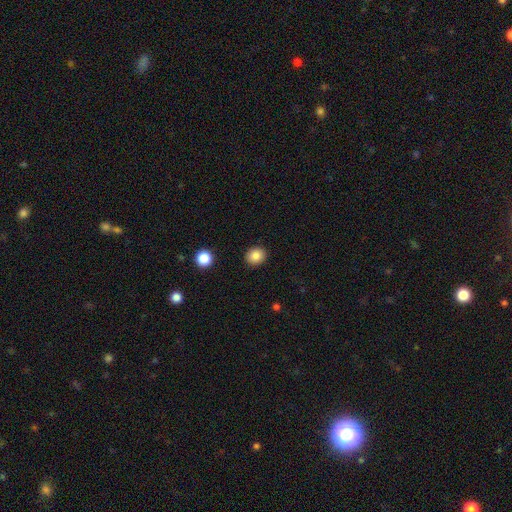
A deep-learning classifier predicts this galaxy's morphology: smooth-or-featured: smooth: 84% | star or artifact: 10% | featured or disk: 6%
  how-rounded: round: 78% | in between: 22% | cigar-shaped: 1%
  merging: none: 91% | minor disturbance: 6% | major disturbance: 2% | merger: 1%